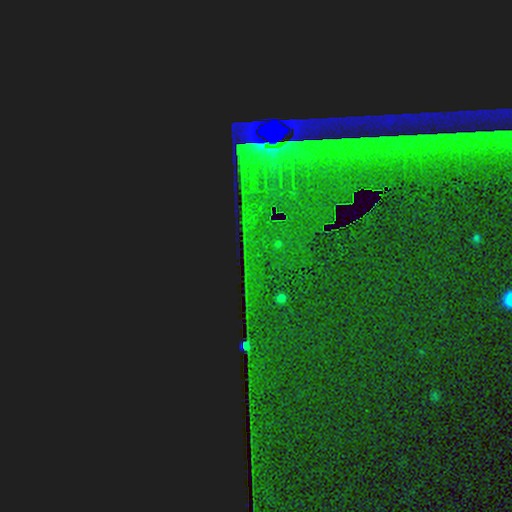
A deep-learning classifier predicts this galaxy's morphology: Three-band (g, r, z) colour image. It shows a star or artifact, not a galaxy (89%).